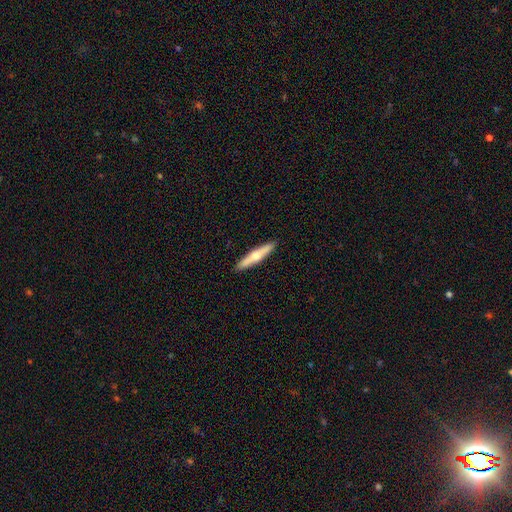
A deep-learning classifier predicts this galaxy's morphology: smooth_or_featured: featured or disk (p=0.50) [alt: smooth p=0.44]
disk_edge_on: yes (p=0.93) [alt: no p=0.07]
merging: none (p=0.92) [alt: minor disturbance p=0.06]